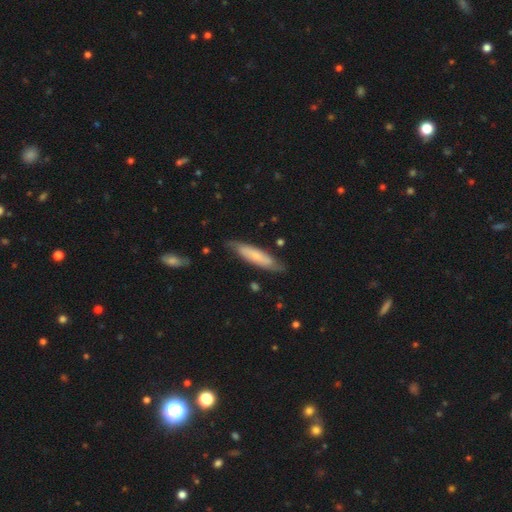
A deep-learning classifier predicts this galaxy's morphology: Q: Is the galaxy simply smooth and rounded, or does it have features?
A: smooth — 59%.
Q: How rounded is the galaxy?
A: cigar-shaped — 79%.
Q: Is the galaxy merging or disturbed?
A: none — 79%.